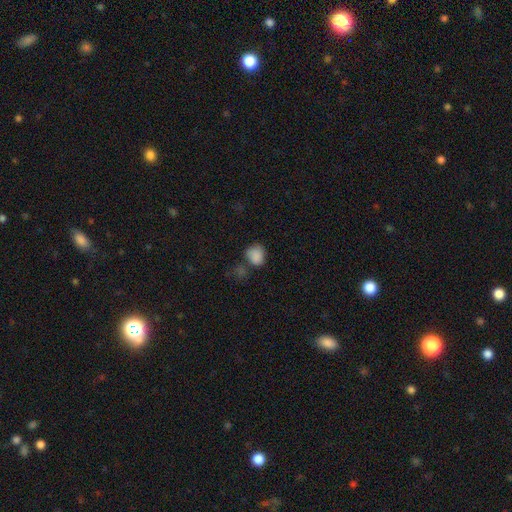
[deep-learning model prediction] Smooth or featured? Predicted: smooth (p=0.84). How rounded? Predicted: round (p=0.62). Merging? Predicted: none (p=0.52).